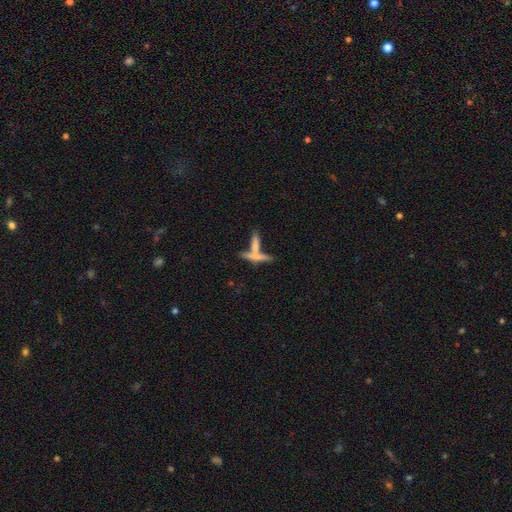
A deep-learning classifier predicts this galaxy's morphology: Q: Smooth or featured?
A: smooth (53%); runner-up: featured or disk (37%)
Q: How rounded?
A: cigar-shaped (82%); runner-up: in between (15%)
Q: Merging?
A: merger (47%); runner-up: none (40%)